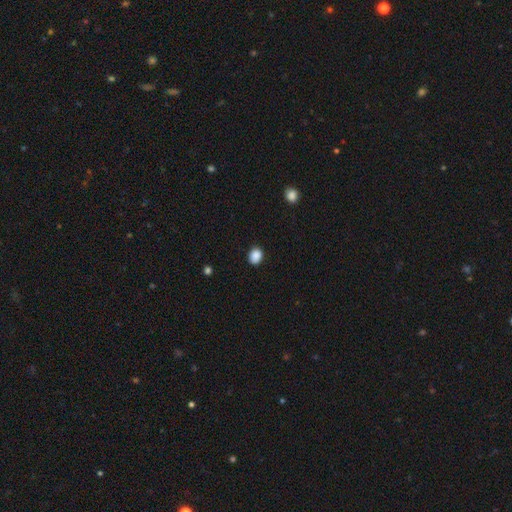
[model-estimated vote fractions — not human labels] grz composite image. It shows a smooth galaxy with no disk features (88%) that is round (57%). Merging: none (86%).